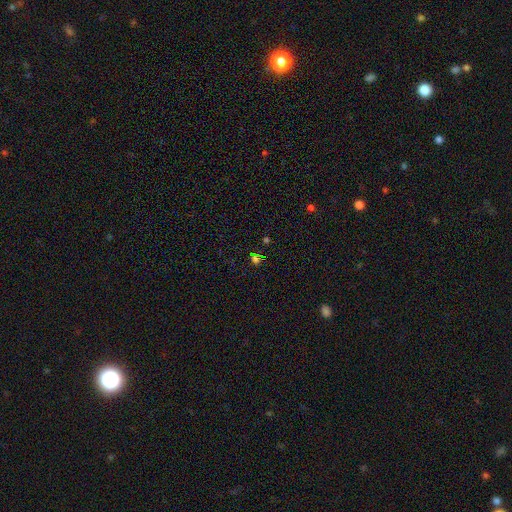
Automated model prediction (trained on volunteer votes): This is likely a star or artifact rather than a galaxy (68%).